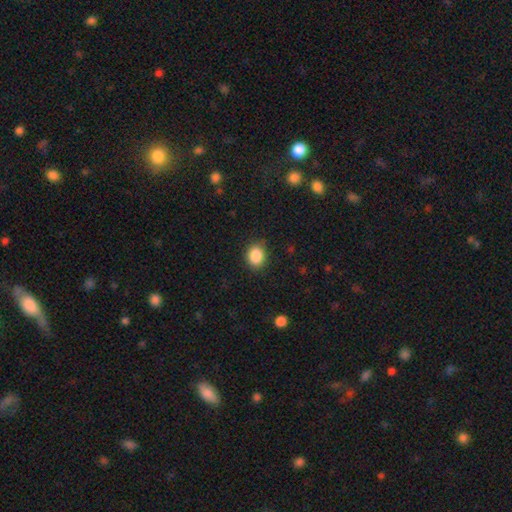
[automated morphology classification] A smooth galaxy with no disk features (87%) that is round (60%). Merging: none (86%).